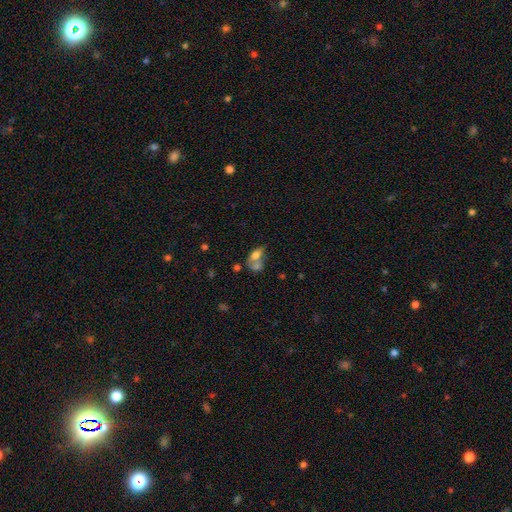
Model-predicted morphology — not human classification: A smooth galaxy with no disk features (67%) that is in between round and cigar-shaped (83%). Merging: merger (51%).